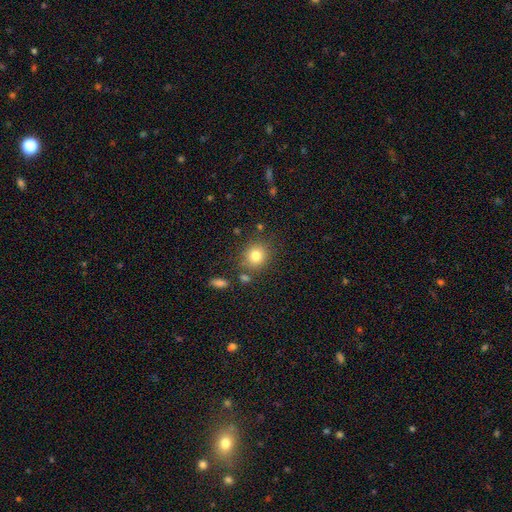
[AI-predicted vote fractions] Smooth or featured: smooth — 81% (star or artifact — 11%)
How rounded: round — 82% (in between — 17%)
Merging: none — 79% (minor disturbance — 10%)